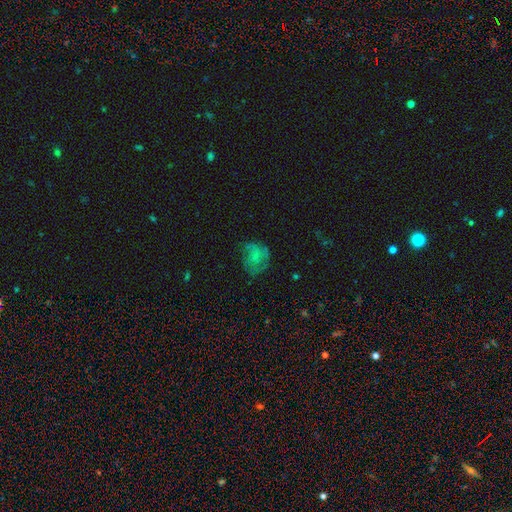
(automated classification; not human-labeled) featured or disk 44%, smooth 43%, star or artifact 13%. Down the decision tree: merging — none (50%).